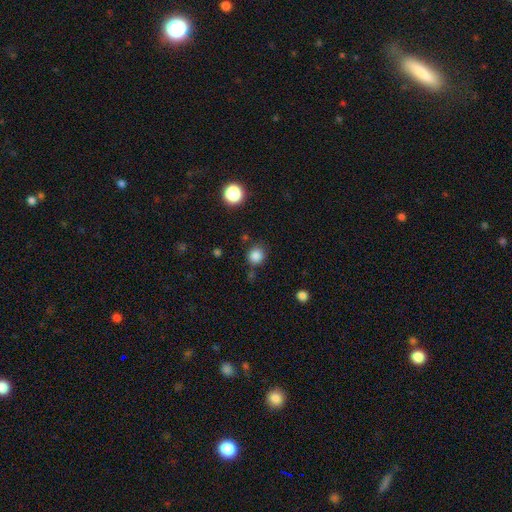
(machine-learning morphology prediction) type=smooth (84%); roundness=round (87%); merging=none (81%).